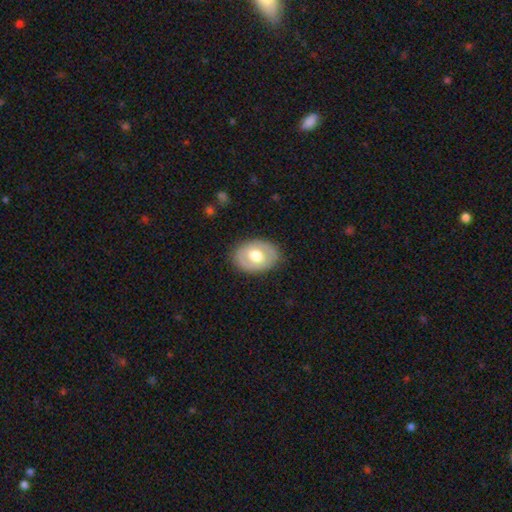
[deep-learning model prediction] A smooth galaxy with no disk features (54%) that is in between round and cigar-shaped (74%). Merging: none (83%).